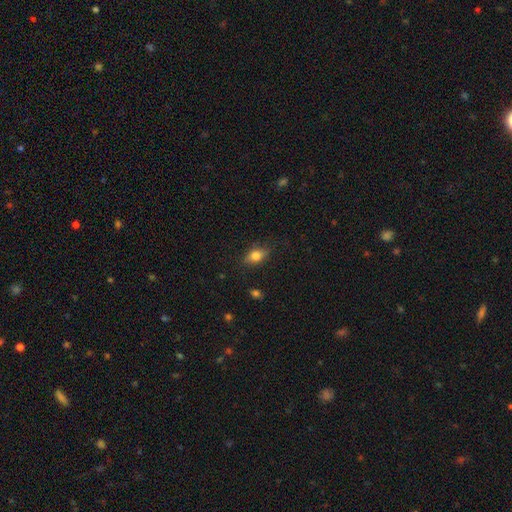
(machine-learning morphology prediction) A smooth galaxy with no disk features (72%) that is in between round and cigar-shaped (77%). Merging: none (79%).